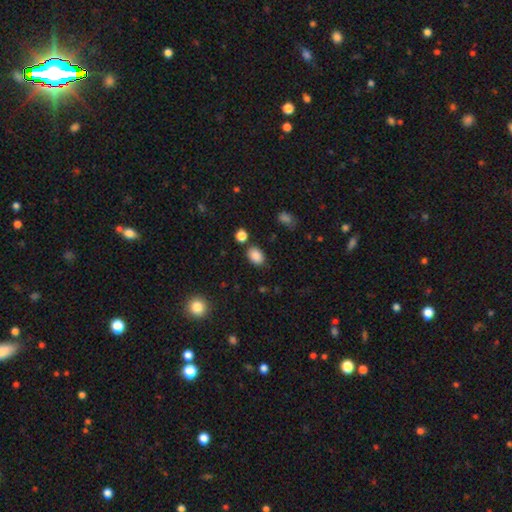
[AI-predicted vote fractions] This is clearly a smooth galaxy (85%). How rounded: likely in between (77%). Merging: clearly none (80%).